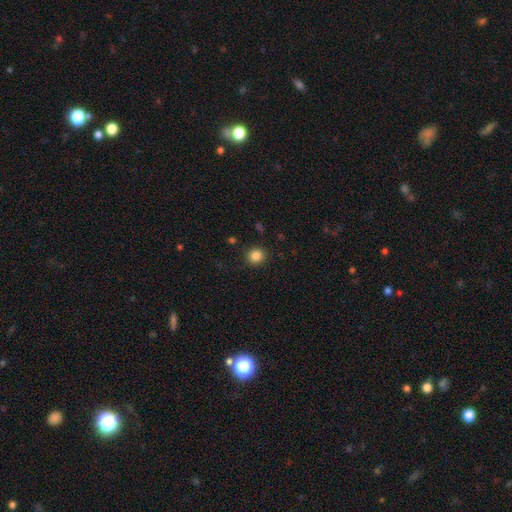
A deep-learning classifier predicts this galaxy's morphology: Overall: smooth (85%). How rounded: round (91%). Merging: none (90%).